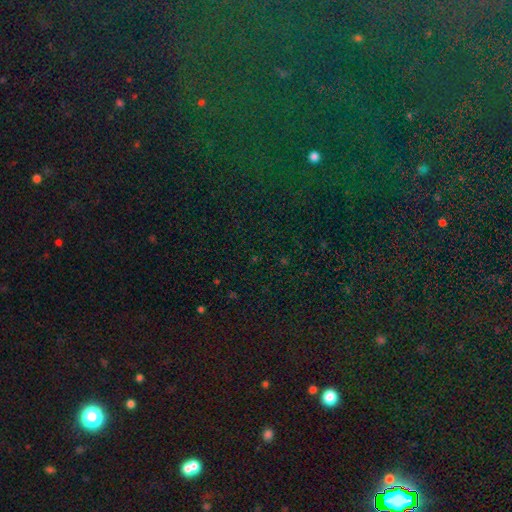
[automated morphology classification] Smooth or featured? Predicted: star or artifact (p=0.82).